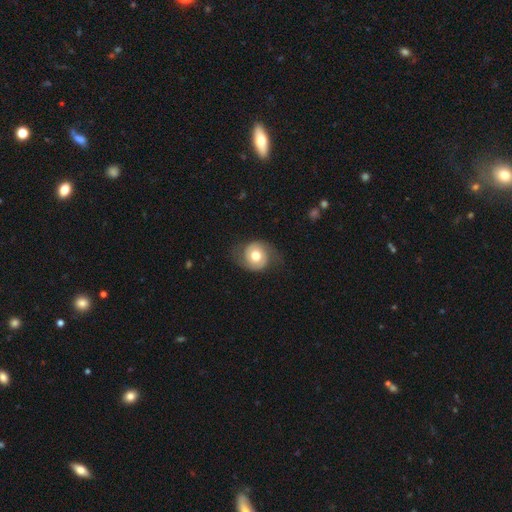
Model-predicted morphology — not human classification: featured or disk 56%, smooth 37%, star or artifact 7%. Down the decision tree: edge-on disk — no (97%); bar — no (75%); spiral arms — yes (81%); bulge size — moderate (69%); merging — none (67%).